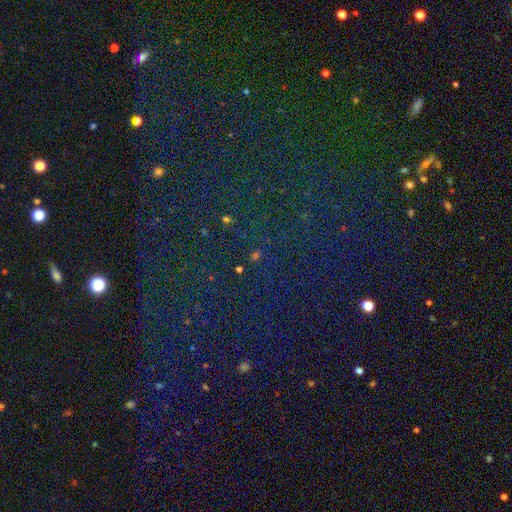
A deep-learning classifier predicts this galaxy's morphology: Smooth or featured?
  - star or artifact: 69% *
  - smooth: 22%
  - featured or disk: 9%